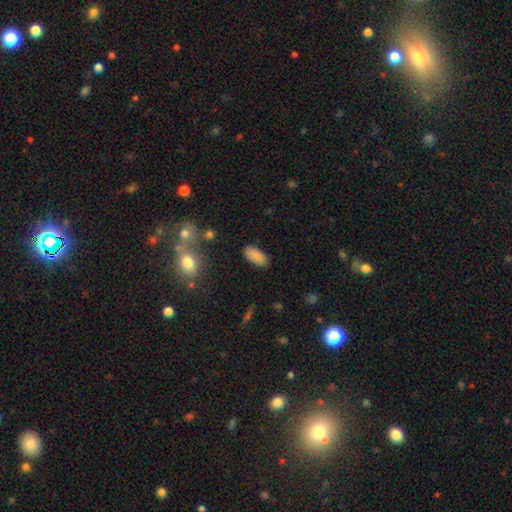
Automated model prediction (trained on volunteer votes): Smooth or featured?
  - smooth: 87% *
  - star or artifact: 8%
  - featured or disk: 5%
How rounded?
  - in between: 91% *
  - cigar-shaped: 7%
  - round: 2%
Merging?
  - none: 87% *
  - minor disturbance: 9%
  - major disturbance: 3%
  - merger: 2%